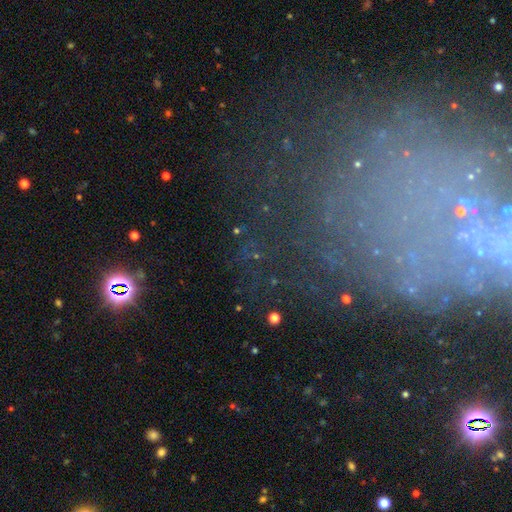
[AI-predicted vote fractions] Smooth or featured?
  - star or artifact: 61% *
  - featured or disk: 23%
  - smooth: 17%